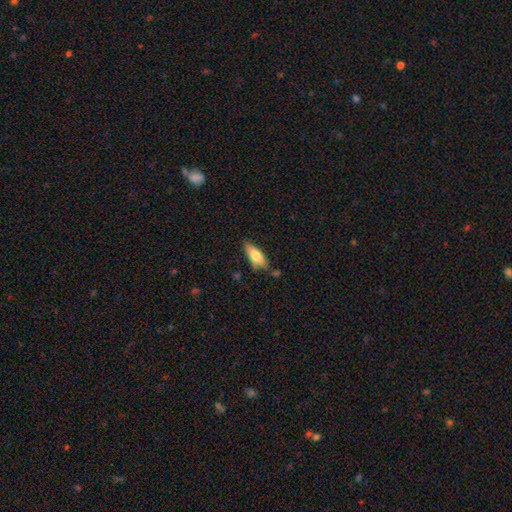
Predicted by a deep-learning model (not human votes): smooth-or-featured: smooth: 74% | featured or disk: 20% | star or artifact: 7%
  how-rounded: in between: 67% | cigar-shaped: 31% | round: 2%
  merging: none: 66% | minor disturbance: 23% | merger: 6% | major disturbance: 5%